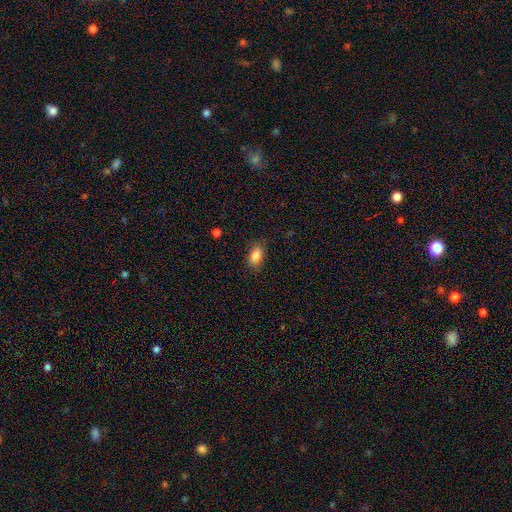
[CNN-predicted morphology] A smooth galaxy with no disk features (87%) that is in between round and cigar-shaped (90%). Merging: none (82%).